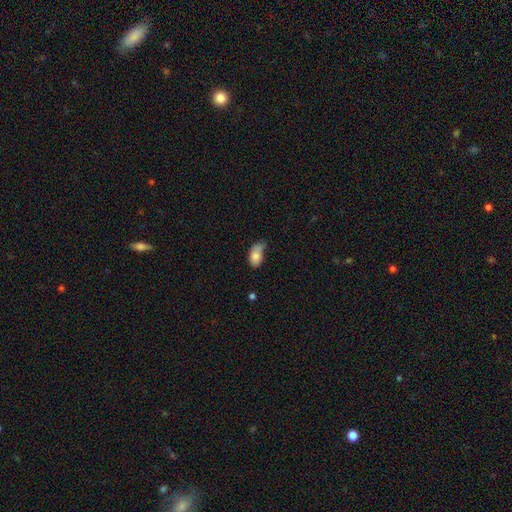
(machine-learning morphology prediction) Overall: smooth (79%). How rounded: in between (89%). Merging: minor disturbance (43%; none 29%).